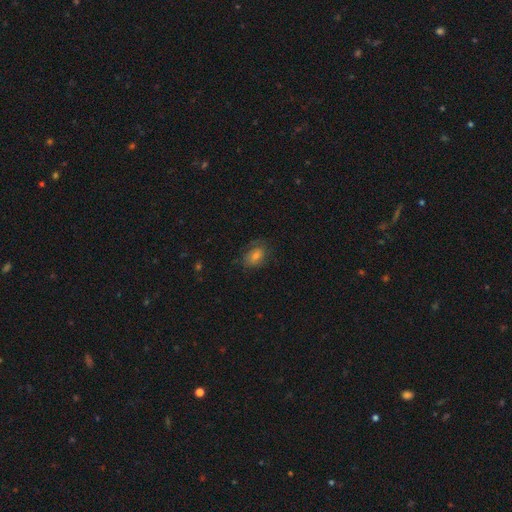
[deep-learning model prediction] Smooth or featured? smooth (56%)
How rounded? in between (73%)
Merging? none (70%)